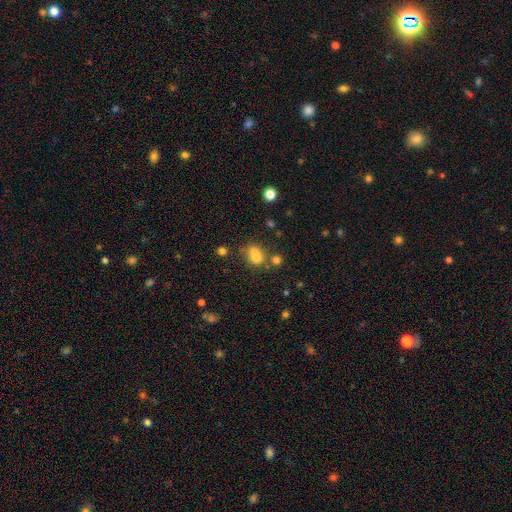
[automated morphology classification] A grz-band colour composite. It shows a smooth galaxy with no disk features (68%) that is round (67%). Merging: merger (54%).